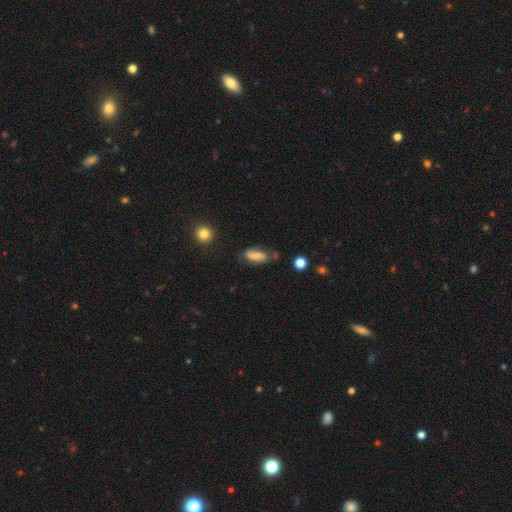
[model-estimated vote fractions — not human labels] Smooth or featured: smooth — 65% (featured or disk — 26%)
How rounded: in between — 79% (cigar-shaped — 17%)
Merging: none — 59% (minor disturbance — 26%)